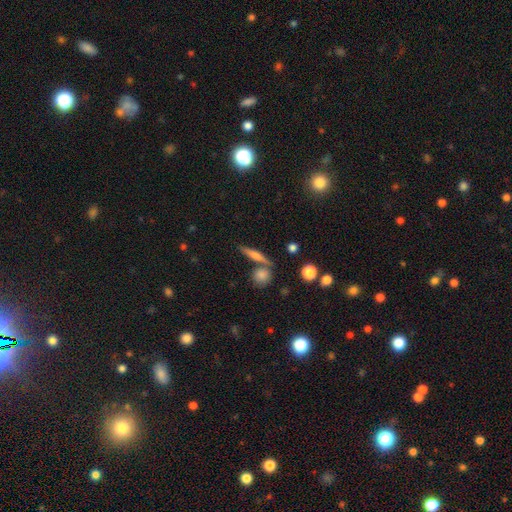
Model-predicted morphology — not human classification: Q: Smooth or featured?
A: featured or disk (50%); runner-up: smooth (39%)
Q: Edge-on disk?
A: yes (94%); runner-up: no (6%)
Q: Merging?
A: none (75%); runner-up: merger (13%)